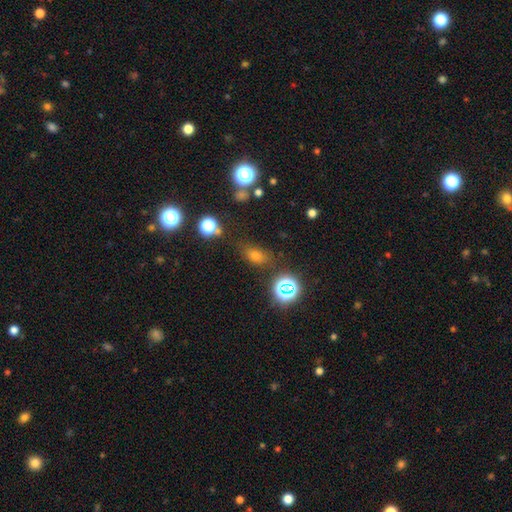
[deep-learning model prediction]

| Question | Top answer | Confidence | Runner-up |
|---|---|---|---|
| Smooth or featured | smooth | 65% | star or artifact (26%) |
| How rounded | in between | 67% | round (28%) |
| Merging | none | 74% | minor disturbance (16%) |